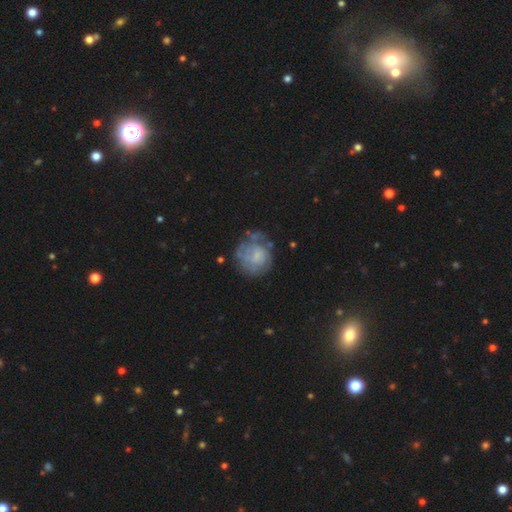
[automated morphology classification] smooth-or-featured: featured or disk: 50% | smooth: 41% | star or artifact: 9%
  disk-edge-on: no: 98% | yes: 2%
  merging: none: 52% | minor disturbance: 24% | major disturbance: 20% | merger: 5%